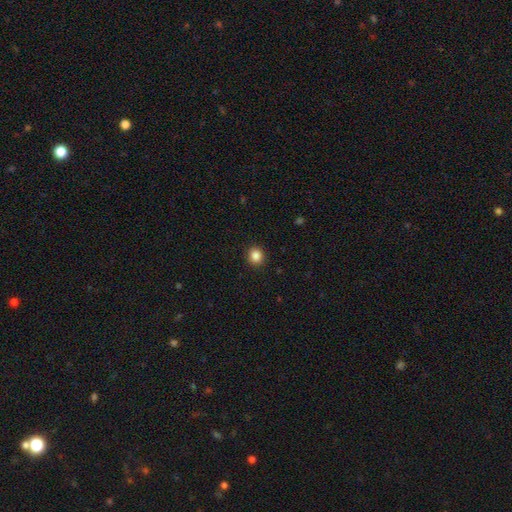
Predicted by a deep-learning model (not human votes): The model was most divided on "how rounded": round: 86%, in between: 13%, cigar-shaped: 1%. More confident: merging — none (92%); smooth or featured — smooth (86%).